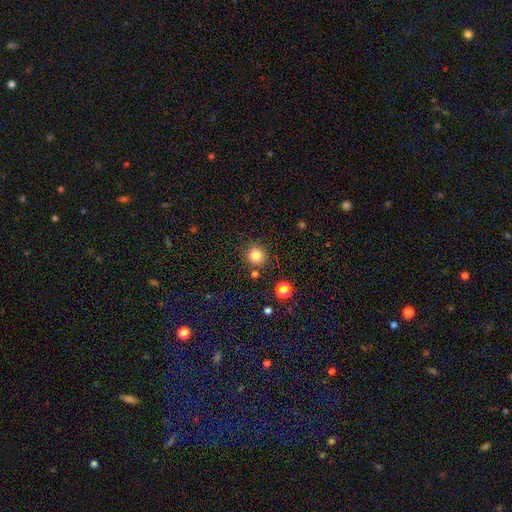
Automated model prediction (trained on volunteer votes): This appears to be a smooth galaxy with no disk features (81%) that is round (91%). Merging: none (84%).